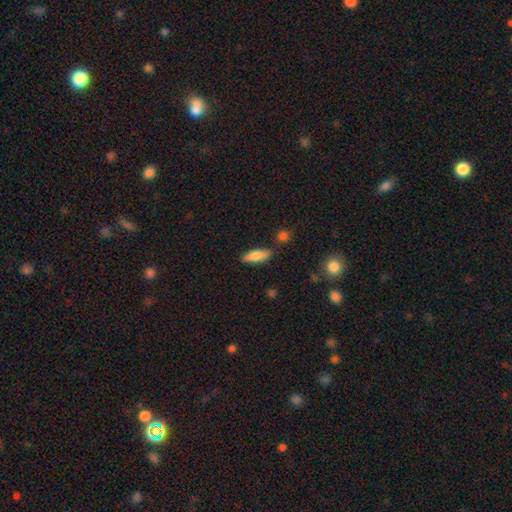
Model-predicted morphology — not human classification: Overall: smooth (78%). How rounded: in between (63%; cigar-shaped 34%). Merging: none (79%).